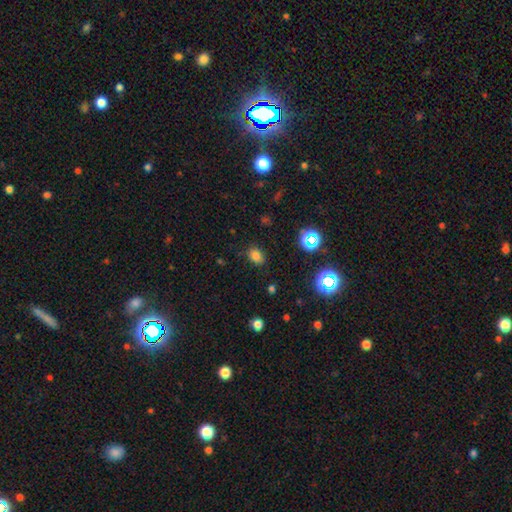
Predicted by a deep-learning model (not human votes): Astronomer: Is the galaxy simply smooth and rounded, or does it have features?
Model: smooth — 75%.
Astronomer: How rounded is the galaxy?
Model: in between — 70%.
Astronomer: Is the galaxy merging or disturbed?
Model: none — 82%.